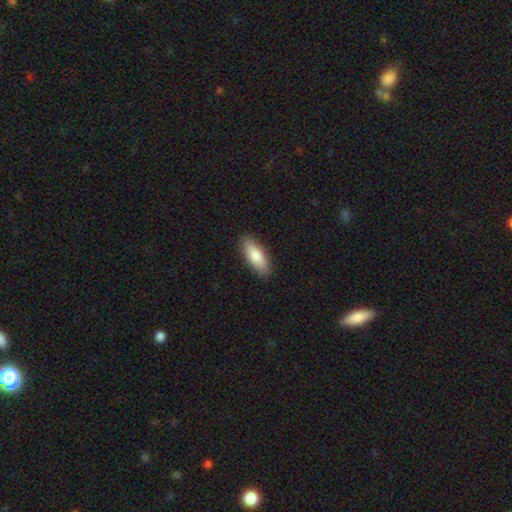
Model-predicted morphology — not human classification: A smooth galaxy with no disk features (82%) that is in between round and cigar-shaped (72%). Merging: none (89%).